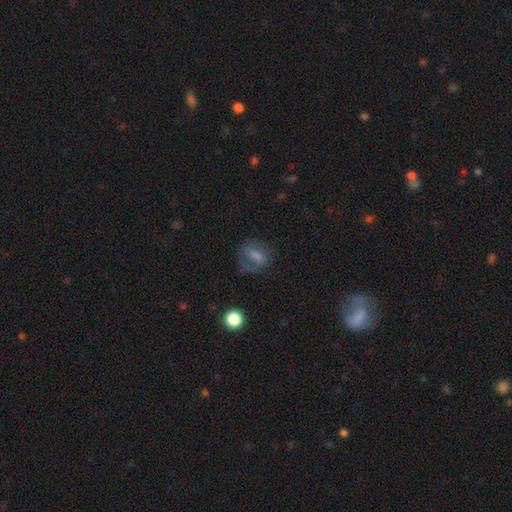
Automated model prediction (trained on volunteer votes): The model was most divided on "smooth or featured": smooth: 51%, featured or disk: 34%, star or artifact: 16%. More confident: how rounded — in between (59%); merging — none (58%).